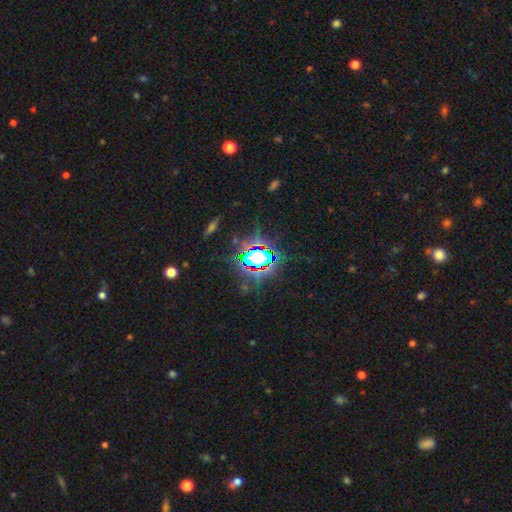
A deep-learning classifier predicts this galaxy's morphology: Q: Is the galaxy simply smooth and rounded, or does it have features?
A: star or artifact — 73%.